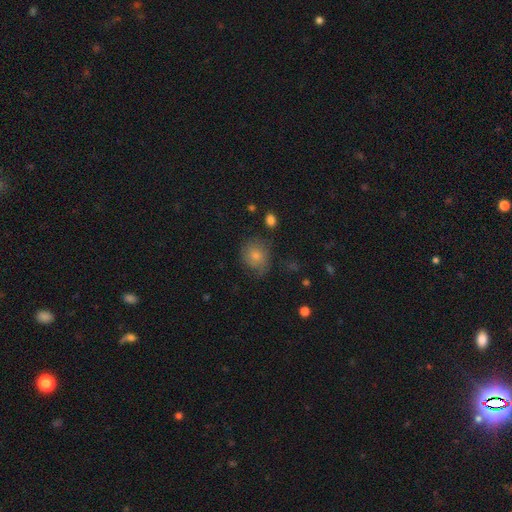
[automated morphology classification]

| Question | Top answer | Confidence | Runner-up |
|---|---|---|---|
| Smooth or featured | smooth | 66% | featured or disk (18%) |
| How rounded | round | 70% | in between (29%) |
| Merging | none | 69% | minor disturbance (22%) |